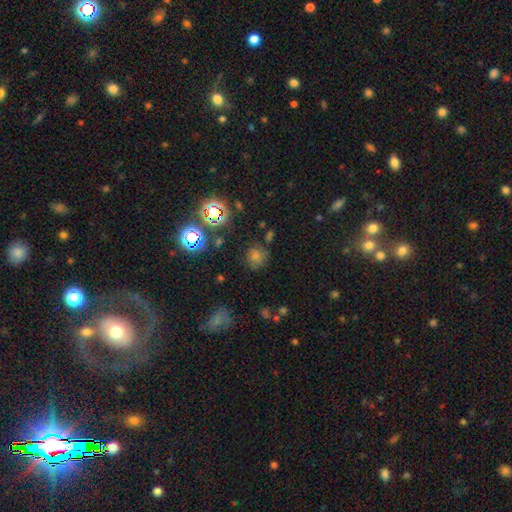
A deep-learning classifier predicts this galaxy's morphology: smooth-or-featured: smooth: 55% | star or artifact: 35% | featured or disk: 10%
  how-rounded: round: 85% | in between: 14% | cigar-shaped: 1%
  merging: none: 78% | minor disturbance: 13% | major disturbance: 5% | merger: 4%